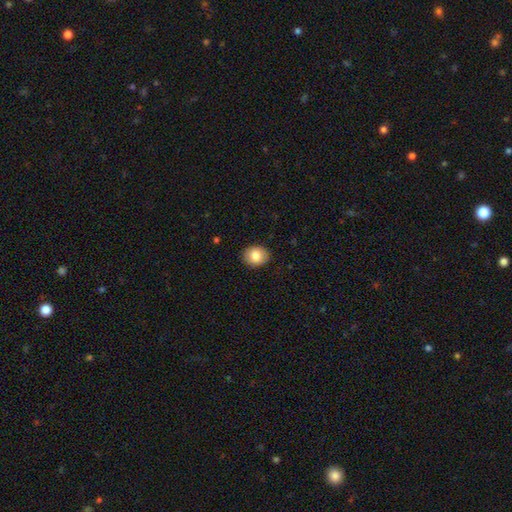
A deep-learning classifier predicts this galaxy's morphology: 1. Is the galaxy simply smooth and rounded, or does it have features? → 85% smooth, 8% star or artifact, 7% featured or disk.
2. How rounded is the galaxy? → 64% round, 35% in between, 1% cigar-shaped.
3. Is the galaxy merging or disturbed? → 89% none, 8% minor disturbance, 2% major disturbance, 1% merger.